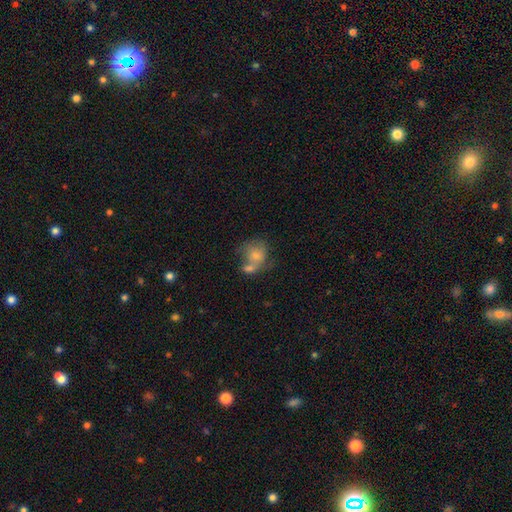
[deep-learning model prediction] Overall: smooth (66%). How rounded: round (65%; in between 34%). Merging: merger (52%; none 24%).